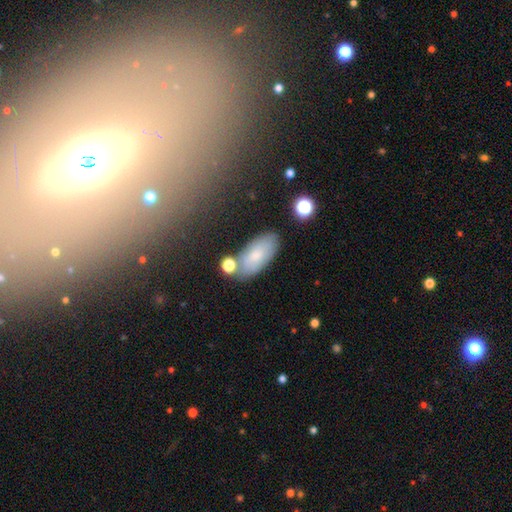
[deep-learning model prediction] Smooth or featured?
  - smooth: 73% *
  - featured or disk: 19%
  - star or artifact: 8%
How rounded?
  - in between: 90% *
  - cigar-shaped: 7%
  - round: 3%
Merging?
  - none: 69% *
  - minor disturbance: 16%
  - merger: 10%
  - major disturbance: 5%